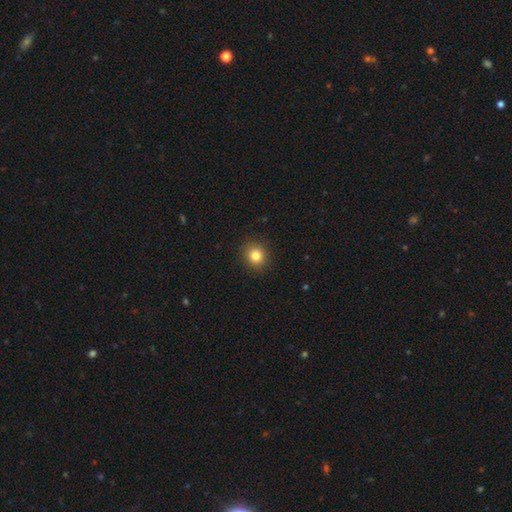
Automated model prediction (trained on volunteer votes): Smooth or featured?
  - smooth: 83% *
  - star or artifact: 11%
  - featured or disk: 6%
How rounded?
  - round: 83% *
  - in between: 16%
  - cigar-shaped: 1%
Merging?
  - none: 91% *
  - minor disturbance: 6%
  - major disturbance: 2%
  - merger: 1%